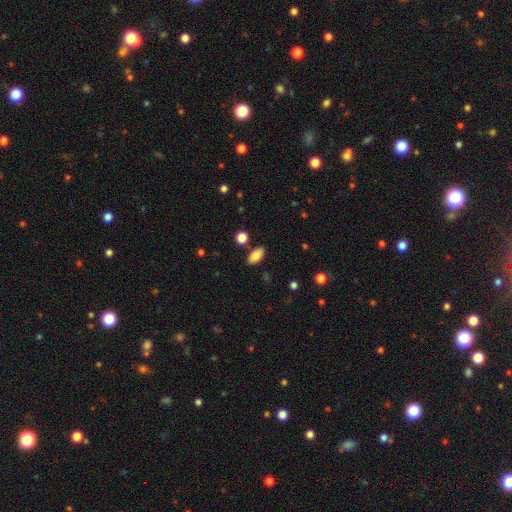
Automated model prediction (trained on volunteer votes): smooth-or-featured: smooth: 81% | featured or disk: 11% | star or artifact: 8%
  how-rounded: in between: 92% | round: 4% | cigar-shaped: 4%
  merging: none: 85% | minor disturbance: 9% | merger: 4% | major disturbance: 2%